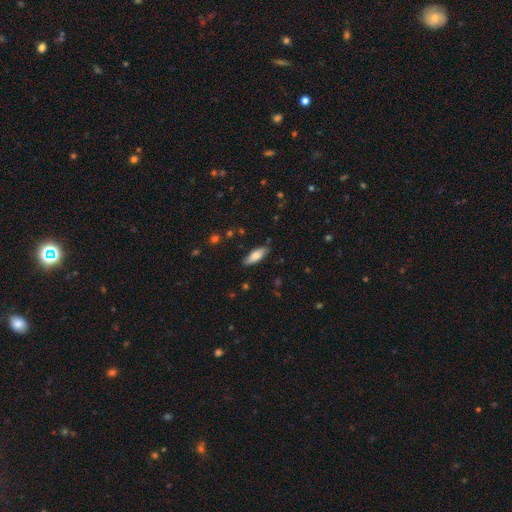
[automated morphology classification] Smooth or featured? smooth (75%)
How rounded? in between (68%)
Merging? none (83%)